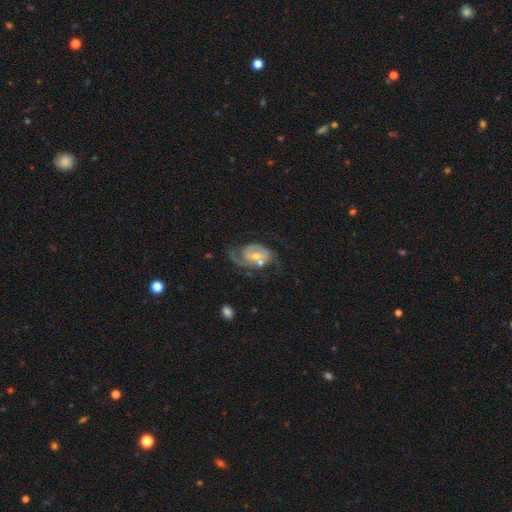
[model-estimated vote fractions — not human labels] Smooth or featured? Predicted: featured or disk (p=0.83). Edge-on disk? Predicted: no (p=0.97). Bar? Predicted: no (p=0.50). Spiral arms? Predicted: yes (p=0.93). Spiral winding? Predicted: medium (p=0.43). Spiral arm count? Predicted: 2 (p=0.62). Bulge size? Predicted: small (p=0.51). Merging? Predicted: none (p=0.50).